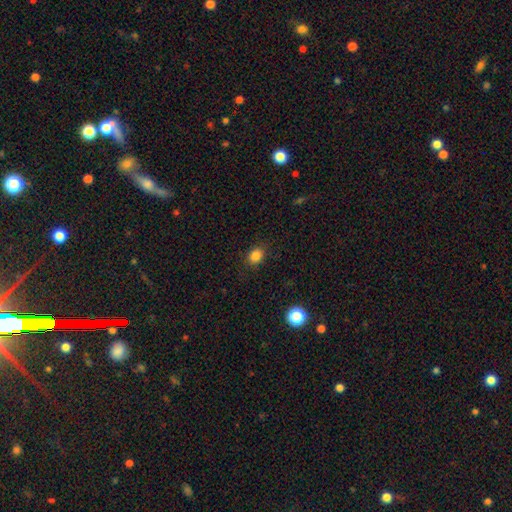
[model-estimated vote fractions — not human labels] A smooth galaxy with no disk features (84%) that is round (52%).

Vote fractions:
- Smooth or featured? smooth: 84% / star or artifact: 12% / featured or disk: 4%
- How rounded? round: 52% / in between: 47% / cigar-shaped: 1%
- Merging? none: 86% / minor disturbance: 10% / major disturbance: 3% / merger: 1%